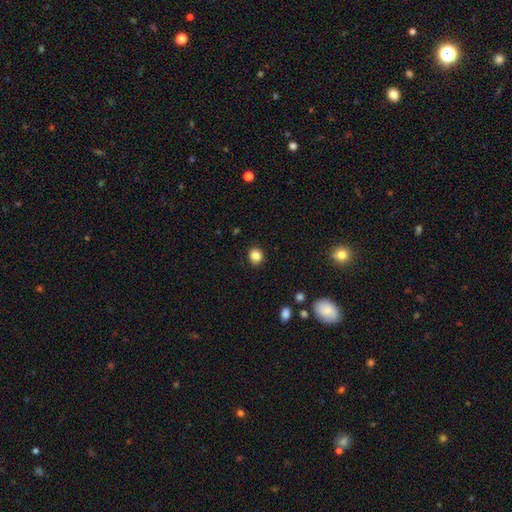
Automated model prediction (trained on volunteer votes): A smooth galaxy with no disk features (85%) that is round (82%). Merging: none (91%).